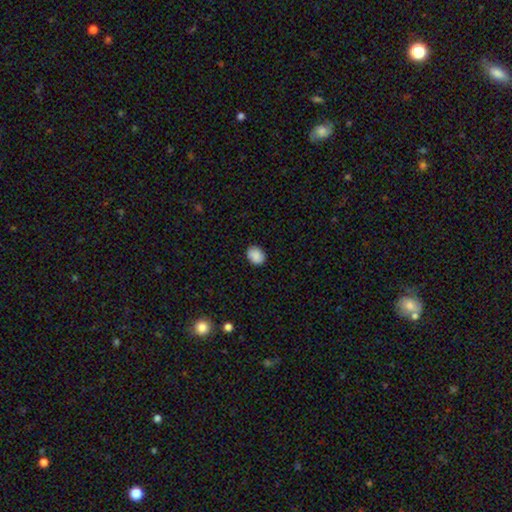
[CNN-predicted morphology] This is clearly a smooth galaxy (89%). How rounded: possibly in between (58%). Merging: clearly none (88%).